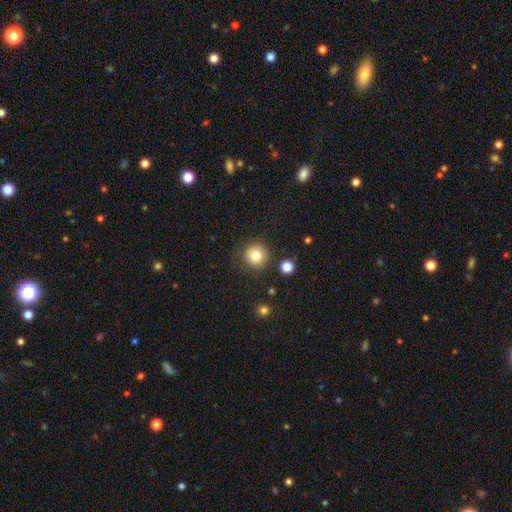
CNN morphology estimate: Overall: smooth (82%). How rounded: round (95%). Merging: none (87%).